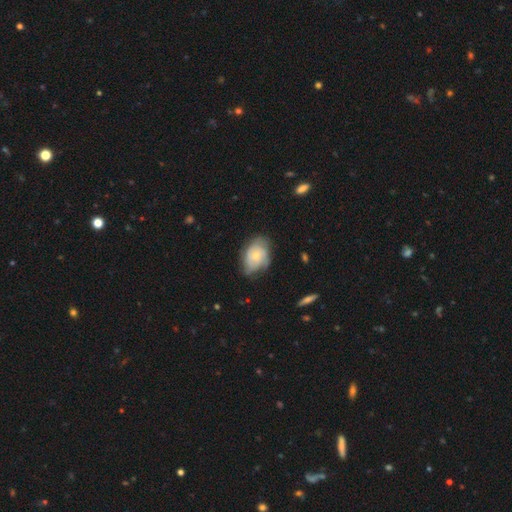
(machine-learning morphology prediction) smooth-or-featured: featured or disk: 48% | smooth: 45% | star or artifact: 7%
  merging: none: 60% | minor disturbance: 29% | major disturbance: 9% | merger: 1%